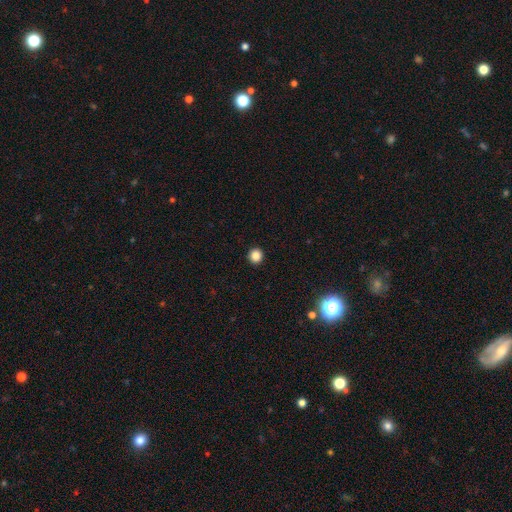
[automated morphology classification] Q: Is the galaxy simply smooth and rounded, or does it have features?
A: smooth — 86%.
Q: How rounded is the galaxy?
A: round — 95%.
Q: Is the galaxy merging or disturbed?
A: none — 94%.